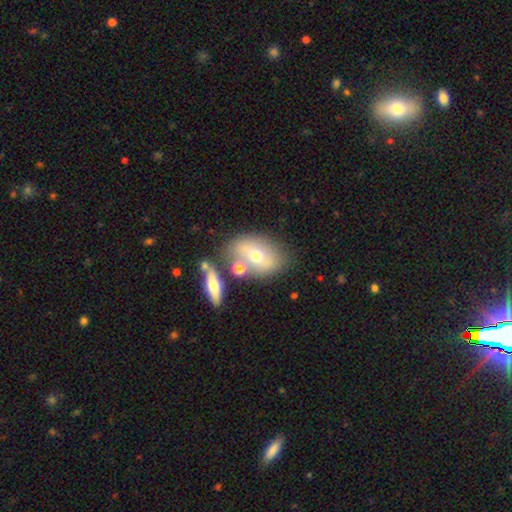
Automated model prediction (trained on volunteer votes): Q: Smooth or featured?
A: smooth (56%); runner-up: featured or disk (35%)
Q: How rounded?
A: in between (78%); runner-up: round (18%)
Q: Merging?
A: none (58%); runner-up: merger (21%)